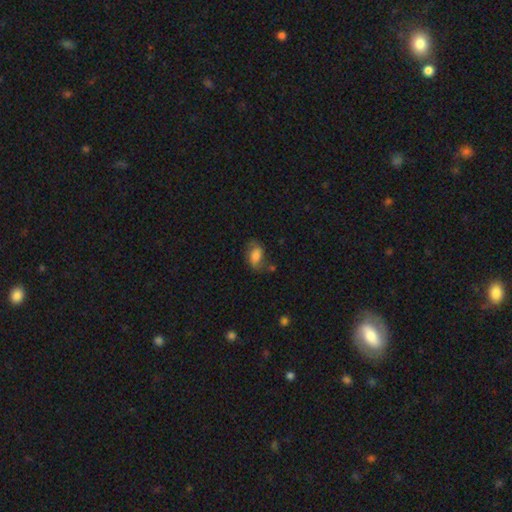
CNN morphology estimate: This is likely a smooth galaxy (64%). How rounded: clearly in between (86%). Merging: possibly none (56%).